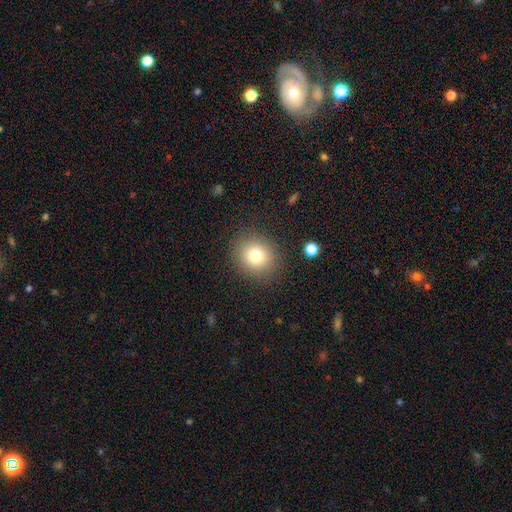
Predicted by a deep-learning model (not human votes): A smooth galaxy with no disk features (78%) that is round (81%). Merging: none (88%).